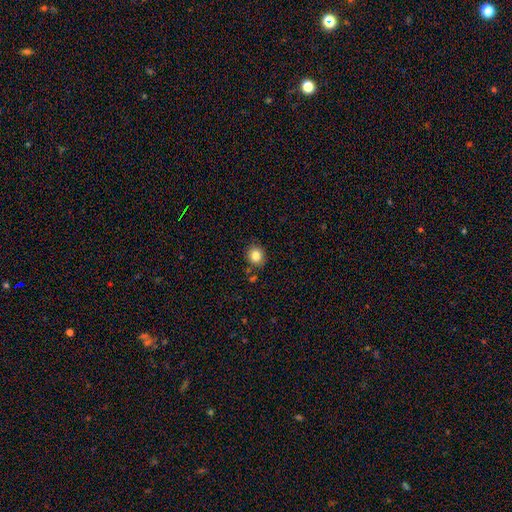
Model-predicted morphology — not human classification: A smooth galaxy with no disk features (84%) that is round (78%). Merging: none (83%).